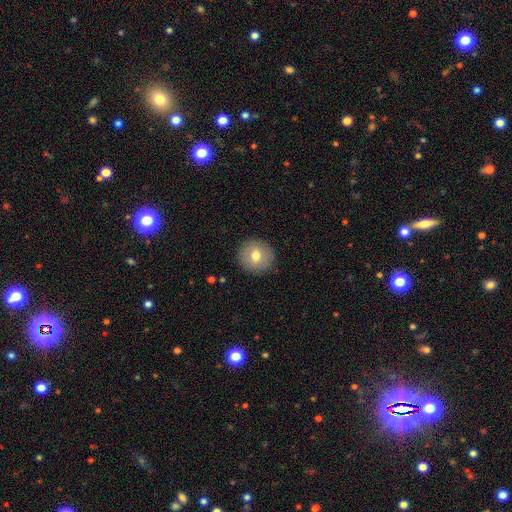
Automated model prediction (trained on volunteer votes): Q: Smooth or featured?
A: smooth (73%); runner-up: featured or disk (19%)
Q: How rounded?
A: round (91%); runner-up: in between (8%)
Q: Merging?
A: none (90%); runner-up: minor disturbance (7%)